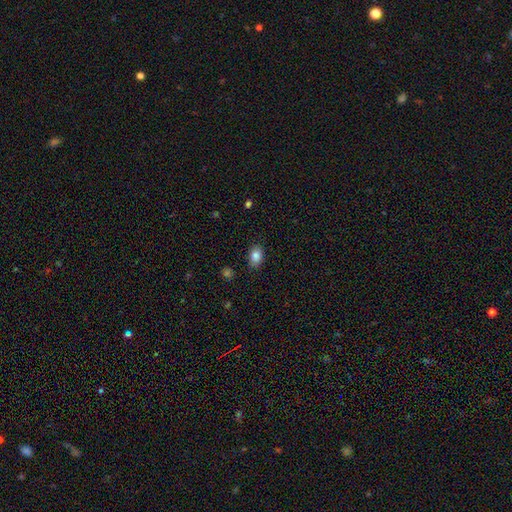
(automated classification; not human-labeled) Morphology: type=smooth (85%); roundness=in between (81%); merging=none (84%).